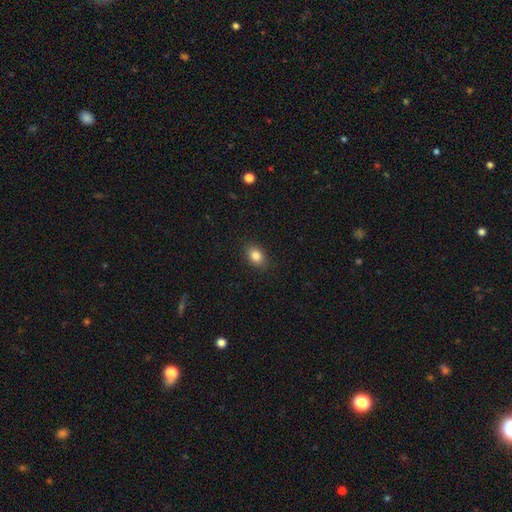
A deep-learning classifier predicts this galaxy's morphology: type=smooth (85%); roundness=in between (75%); merging=none (88%).